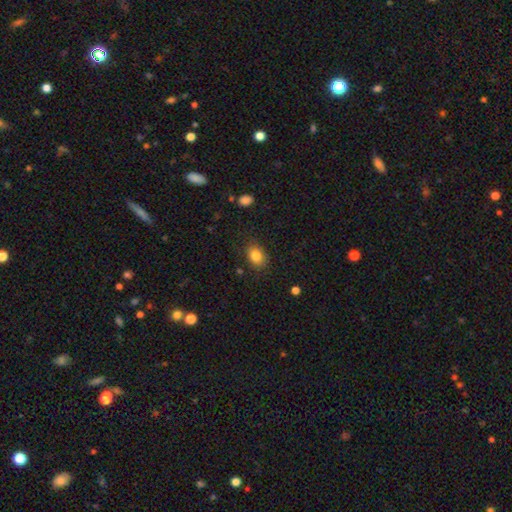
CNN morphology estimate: A smooth galaxy with no disk features (84%) that is in between round and cigar-shaped (64%). Merging: none (80%).